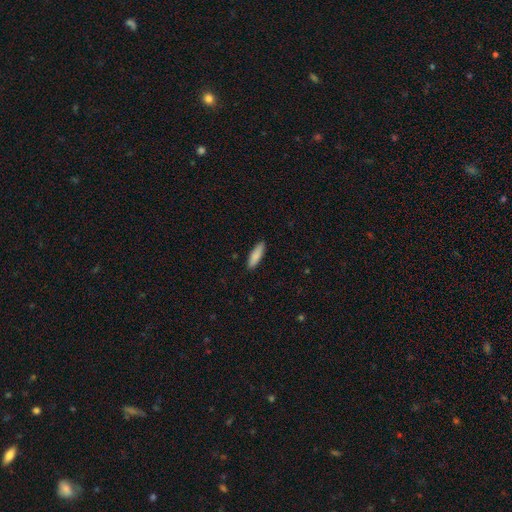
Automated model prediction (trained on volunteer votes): smooth-or-featured: smooth: 88% | featured or disk: 7% | star or artifact: 6%
  how-rounded: cigar-shaped: 55% | in between: 43% | round: 2%
  merging: none: 89% | minor disturbance: 8% | major disturbance: 2% | merger: 1%